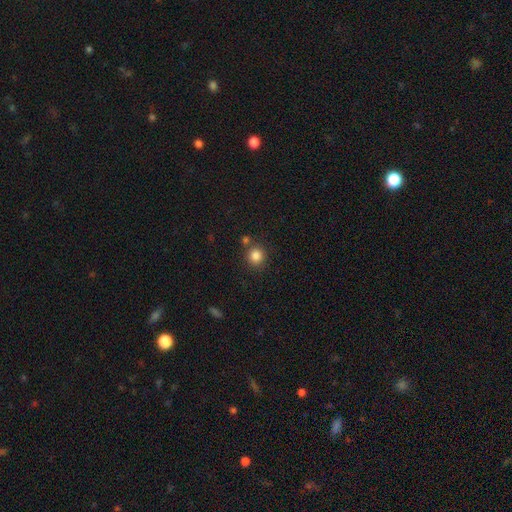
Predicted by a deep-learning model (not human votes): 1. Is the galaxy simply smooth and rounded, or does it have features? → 85% smooth, 11% star or artifact, 5% featured or disk.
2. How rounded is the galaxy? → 91% round, 8% in between, 1% cigar-shaped.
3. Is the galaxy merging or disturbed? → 79% none, 10% merger, 8% minor disturbance, 3% major disturbance.